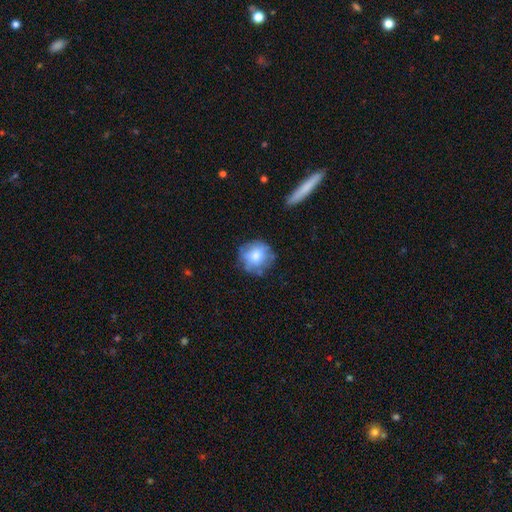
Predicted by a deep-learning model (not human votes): Morphology: type=smooth (69%); roundness=round (87%); merging=none (70%).